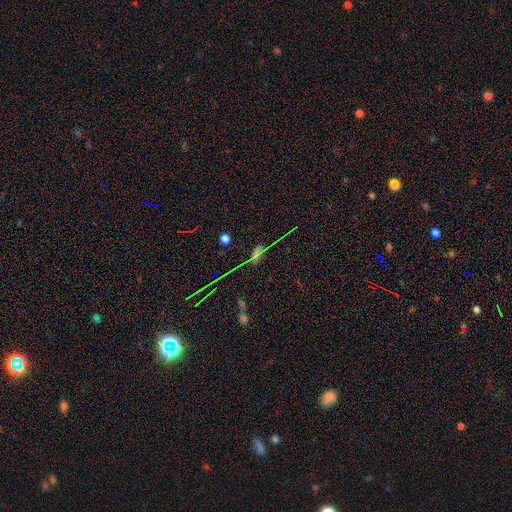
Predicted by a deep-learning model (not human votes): The model was most divided on "smooth or featured": star or artifact: 48%, smooth: 34%, featured or disk: 17%.